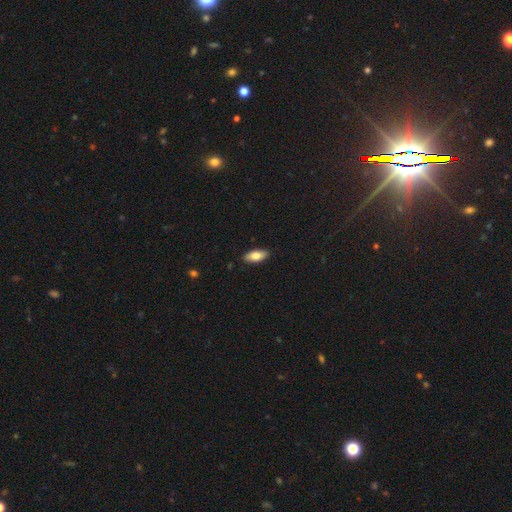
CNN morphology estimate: smooth 83%, featured or disk 11%, star or artifact 6%. Down the decision tree: how rounded — in between (85%); merging — none (89%).